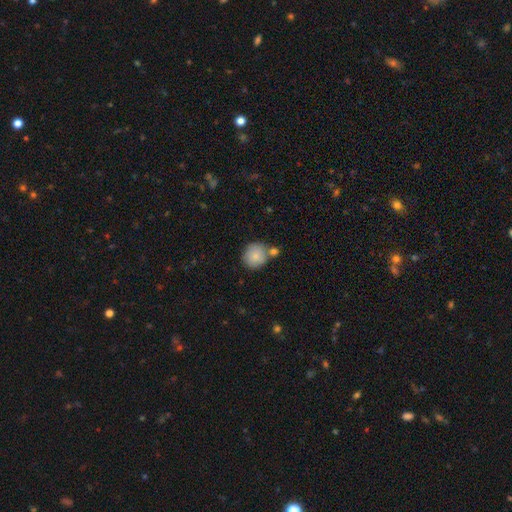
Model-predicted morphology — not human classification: Smooth or featured? smooth (84%)
How rounded? round (87%)
Merging? none (61%)